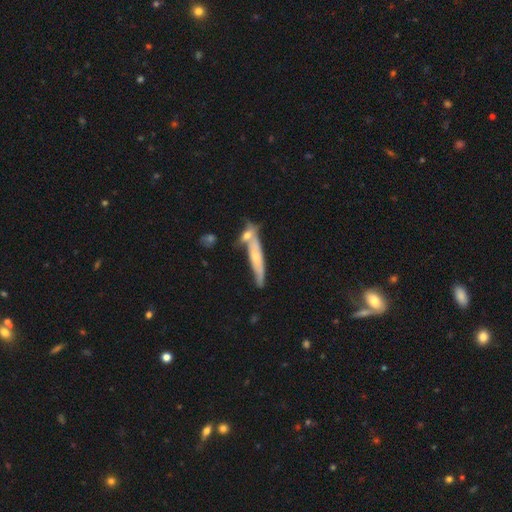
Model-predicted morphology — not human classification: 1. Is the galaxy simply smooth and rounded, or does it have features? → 53% featured or disk, 39% smooth, 7% star or artifact.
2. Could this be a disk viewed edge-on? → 80% yes, 20% no.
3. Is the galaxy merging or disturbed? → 54% none, 24% merger, 17% minor disturbance, 5% major disturbance.